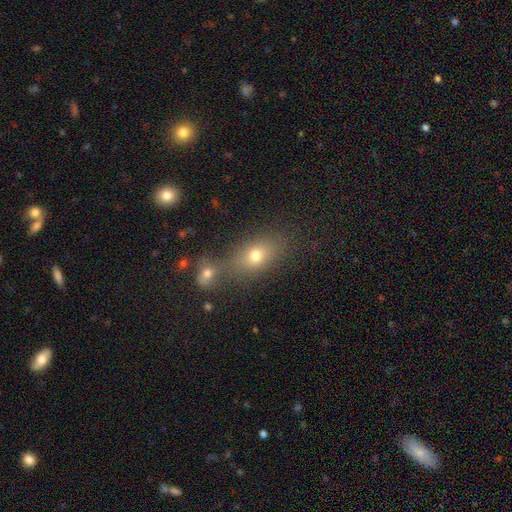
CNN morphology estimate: type=smooth (71%); roundness=in between (72%); merging=none (49%).